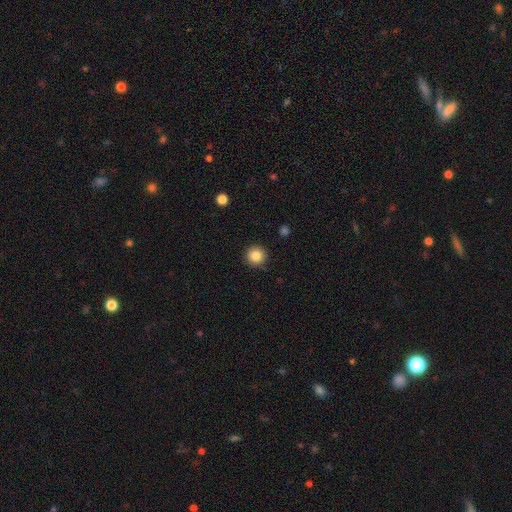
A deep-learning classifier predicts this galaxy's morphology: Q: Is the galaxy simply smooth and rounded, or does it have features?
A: smooth — 85%.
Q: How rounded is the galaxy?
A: round — 95%.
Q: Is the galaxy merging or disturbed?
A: none — 91%.